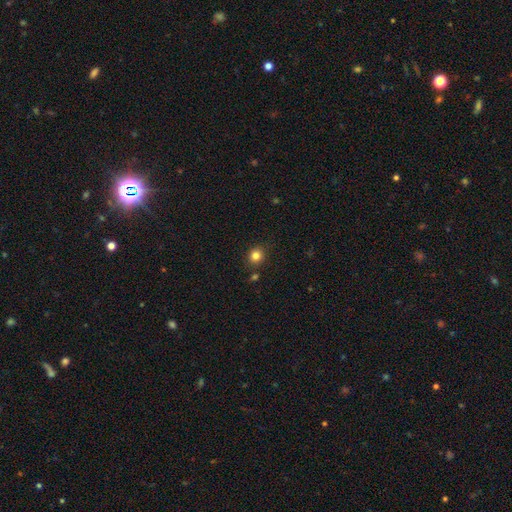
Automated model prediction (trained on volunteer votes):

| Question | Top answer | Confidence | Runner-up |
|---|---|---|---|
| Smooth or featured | smooth | 83% | star or artifact (12%) |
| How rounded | round | 84% | in between (15%) |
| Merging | none | 83% | minor disturbance (10%) |